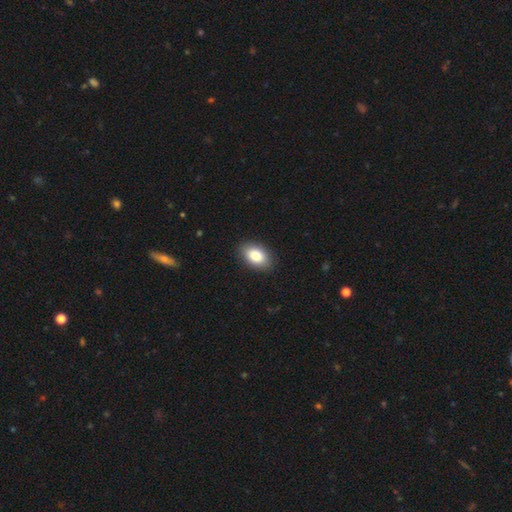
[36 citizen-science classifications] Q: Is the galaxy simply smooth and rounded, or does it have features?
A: smooth — 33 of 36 (92%).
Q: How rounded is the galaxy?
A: in between — 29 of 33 (88%).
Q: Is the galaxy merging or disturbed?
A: none — 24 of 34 (71%).